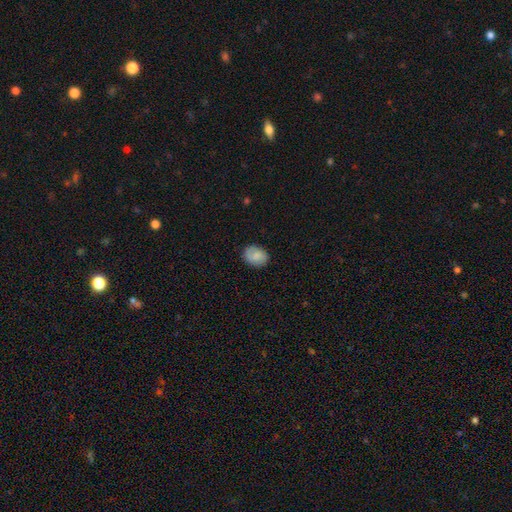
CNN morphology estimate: type=smooth (78%); roundness=in between (58%); merging=none (83%).